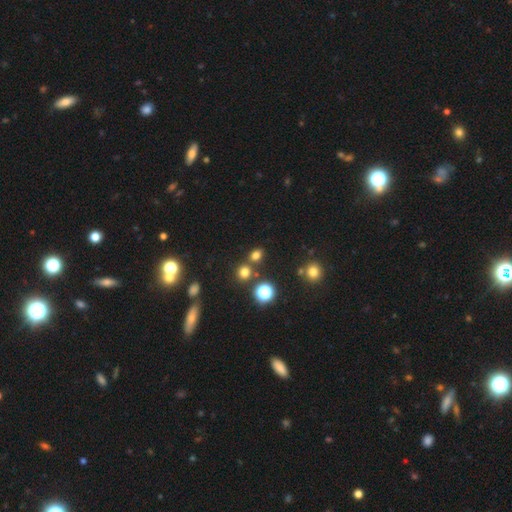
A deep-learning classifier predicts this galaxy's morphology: A smooth galaxy with no disk features (70%) that is round (60%). Merging: none (70%).